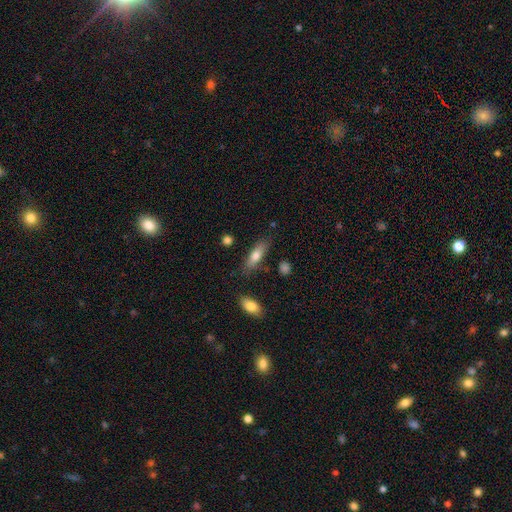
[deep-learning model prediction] Overall: smooth (71%). How rounded: in between (53%; cigar-shaped 45%). Merging: none (75%).